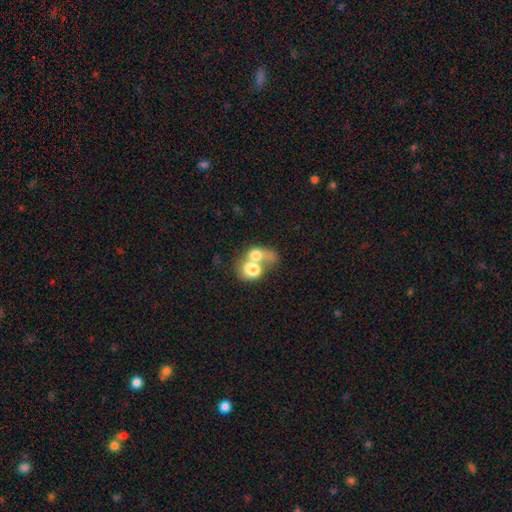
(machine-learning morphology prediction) smooth-or-featured: smooth: 65% | featured or disk: 25% | star or artifact: 10%
  how-rounded: in between: 53% | round: 46% | cigar-shaped: 1%
  merging: merger: 75% | none: 13% | major disturbance: 8% | minor disturbance: 5%